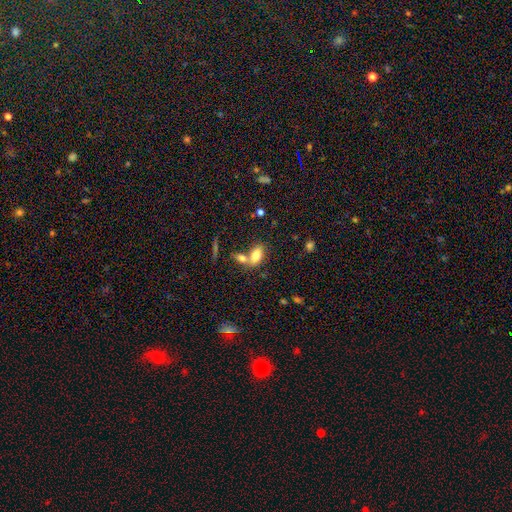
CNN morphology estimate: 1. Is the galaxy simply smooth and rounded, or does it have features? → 79% smooth, 12% featured or disk, 9% star or artifact.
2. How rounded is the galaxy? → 88% in between, 7% cigar-shaped, 5% round.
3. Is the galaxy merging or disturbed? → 45% none, 40% merger, 10% minor disturbance, 4% major disturbance.